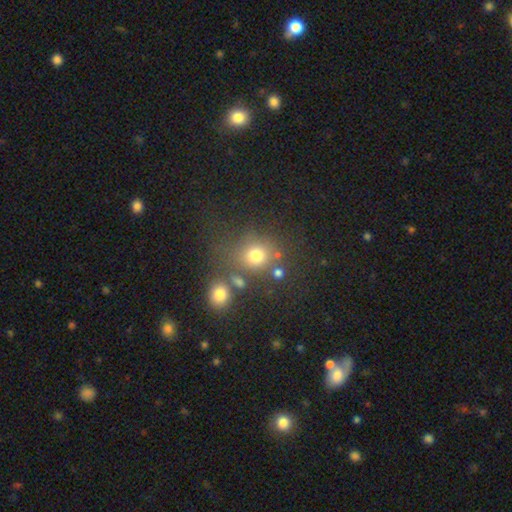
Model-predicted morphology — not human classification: smooth-or-featured: smooth: 73% | star or artifact: 18% | featured or disk: 8%
  how-rounded: round: 80% | in between: 19% | cigar-shaped: 1%
  merging: none: 65% | merger: 16% | minor disturbance: 12% | major disturbance: 7%